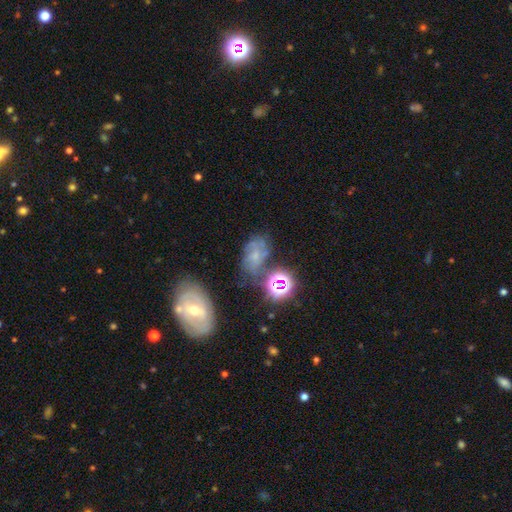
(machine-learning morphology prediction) This appears to be a featured or disk galaxy (47%). Merging: none (52%).